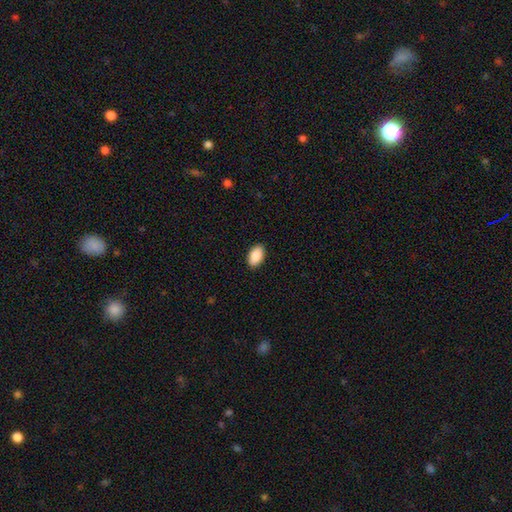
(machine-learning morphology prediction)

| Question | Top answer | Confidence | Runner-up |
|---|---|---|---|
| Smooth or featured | smooth | 90% | star or artifact (6%) |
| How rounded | in between | 94% | round (5%) |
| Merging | none | 89% | minor disturbance (8%) |